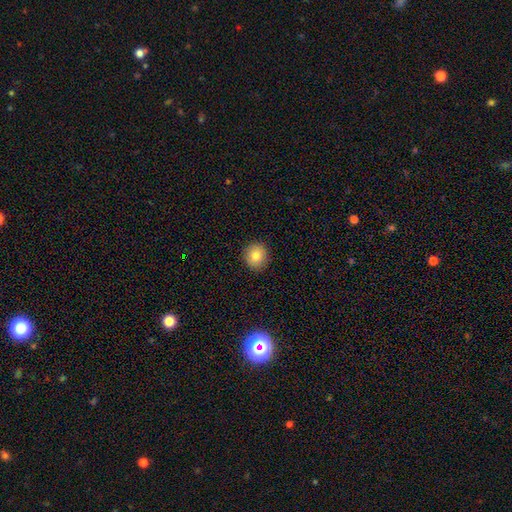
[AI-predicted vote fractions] Overall: smooth (84%). How rounded: round (85%). Merging: none (91%).